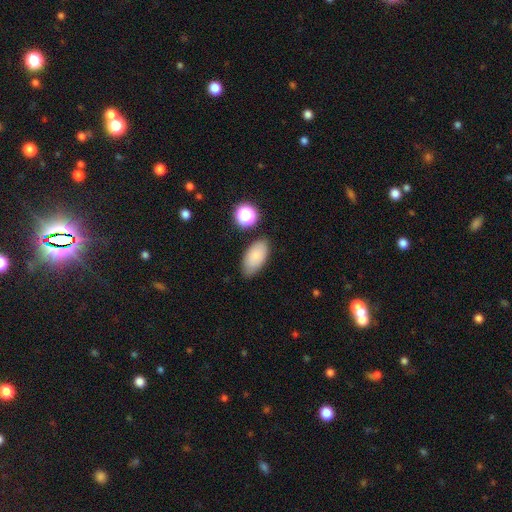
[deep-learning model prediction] smooth-or-featured: smooth: 81% | featured or disk: 10% | star or artifact: 9%
  how-rounded: in between: 92% | round: 4% | cigar-shaped: 3%
  merging: none: 76% | minor disturbance: 16% | merger: 4% | major disturbance: 4%